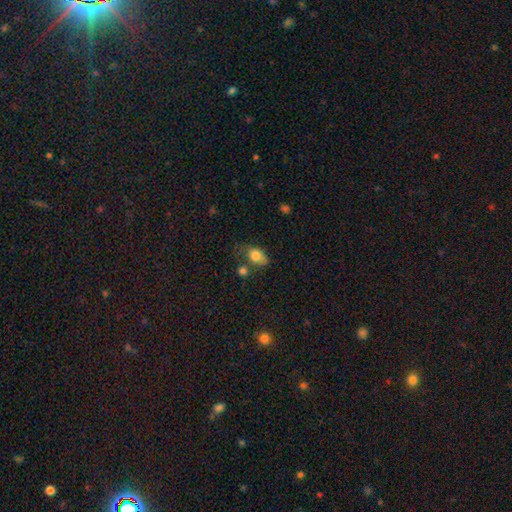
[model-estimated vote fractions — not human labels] smooth 78%, featured or disk 13%, star or artifact 9%. Down the decision tree: how rounded — in between (71%); merging — none (39%).